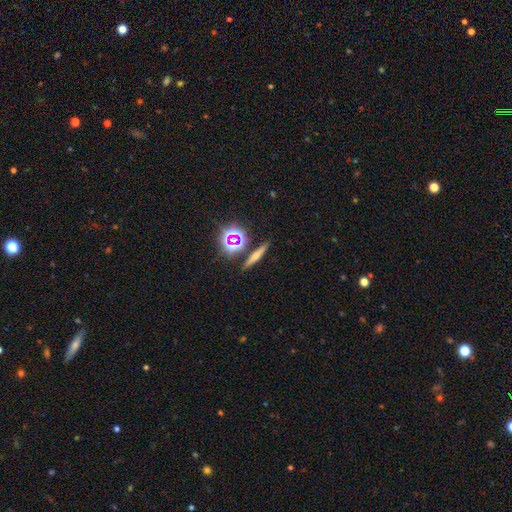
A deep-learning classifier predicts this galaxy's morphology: Q: Smooth or featured?
A: smooth (43%); runner-up: featured or disk (35%)
Q: Merging?
A: none (85%); runner-up: minor disturbance (8%)